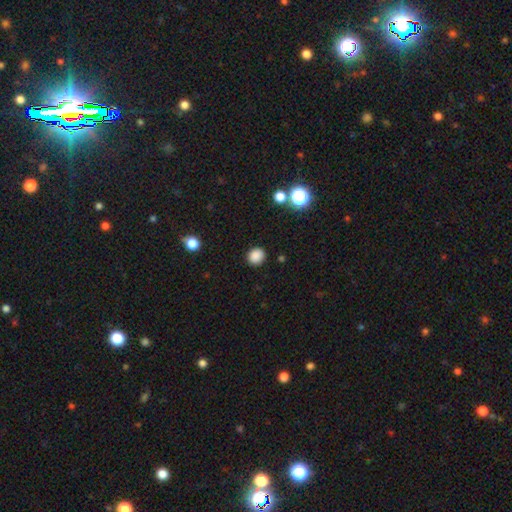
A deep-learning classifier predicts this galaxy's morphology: type=smooth (86%); roundness=round (82%); merging=none (90%).